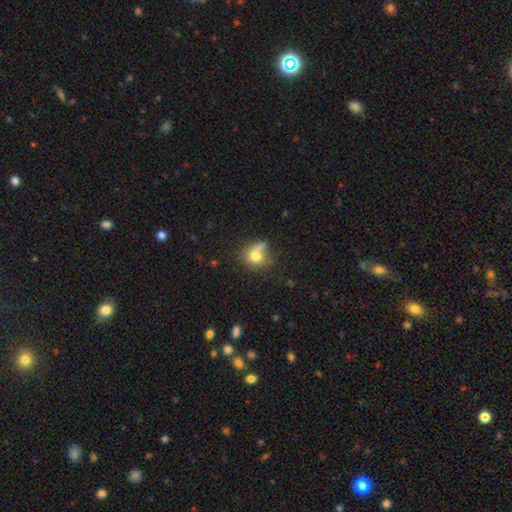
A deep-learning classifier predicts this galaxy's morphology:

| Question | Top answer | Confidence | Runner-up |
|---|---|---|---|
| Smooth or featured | smooth | 73% | featured or disk (15%) |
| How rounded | round | 72% | in between (27%) |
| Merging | none | 44% | minor disturbance (25%) |